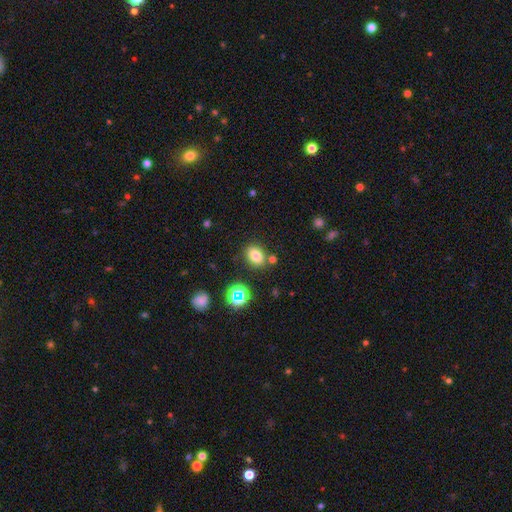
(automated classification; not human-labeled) Smooth or featured? Predicted: smooth (p=0.77). How rounded? Predicted: in between (p=0.68). Merging? Predicted: none (p=0.78).